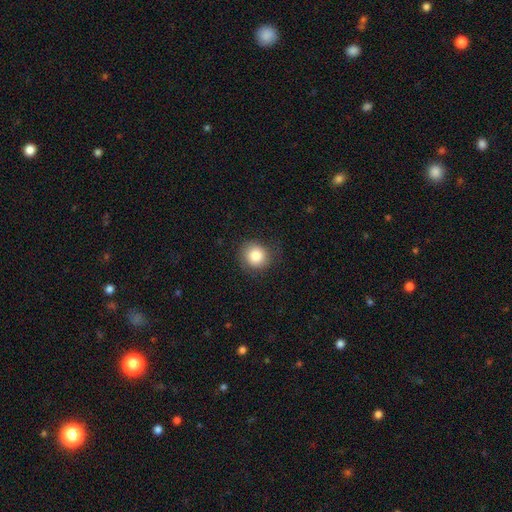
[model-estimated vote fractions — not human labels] Smooth or featured? Predicted: smooth (p=0.83). How rounded? Predicted: round (p=0.87). Merging? Predicted: none (p=0.78).